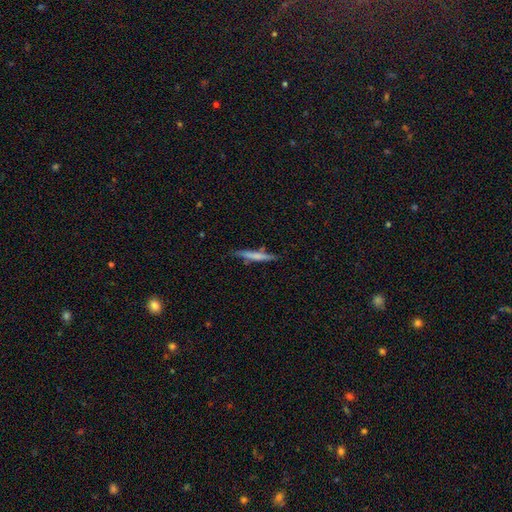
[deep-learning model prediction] smooth 63%, featured or disk 32%, star or artifact 6%. Down the decision tree: how rounded — cigar-shaped (94%); merging — none (79%).